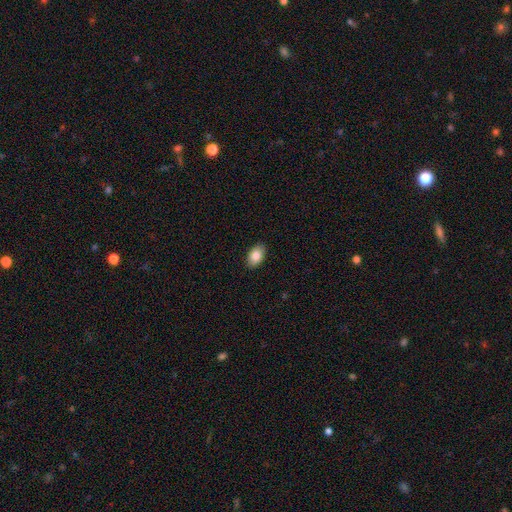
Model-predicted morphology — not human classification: A smooth galaxy with no disk features (84%) that is in between round and cigar-shaped (92%). Merging: none (89%).